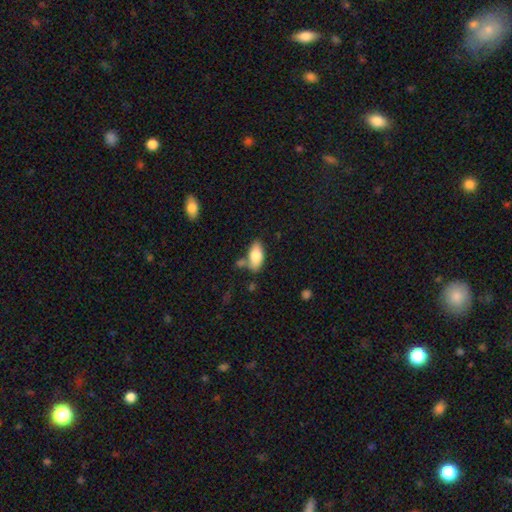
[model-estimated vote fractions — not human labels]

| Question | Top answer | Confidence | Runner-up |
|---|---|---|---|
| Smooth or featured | smooth | 80% | featured or disk (14%) |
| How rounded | in between | 92% | cigar-shaped (5%) |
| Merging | none | 63% | minor disturbance (18%) |